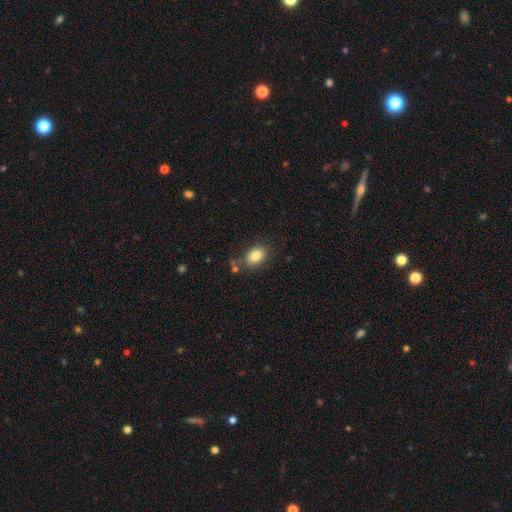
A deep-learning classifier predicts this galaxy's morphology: smooth-or-featured: smooth: 82% | featured or disk: 9% | star or artifact: 9%
  how-rounded: in between: 80% | round: 19% | cigar-shaped: 1%
  merging: none: 75% | minor disturbance: 14% | merger: 6% | major disturbance: 5%